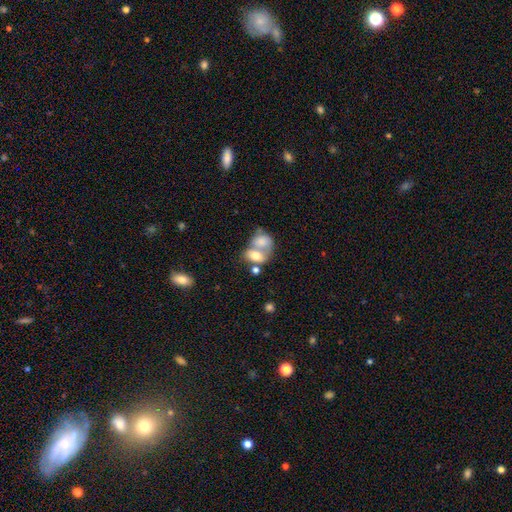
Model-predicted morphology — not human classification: This appears to be a smooth galaxy with no disk features (70%) that is in between round and cigar-shaped (70%). Merging: merger (72%).